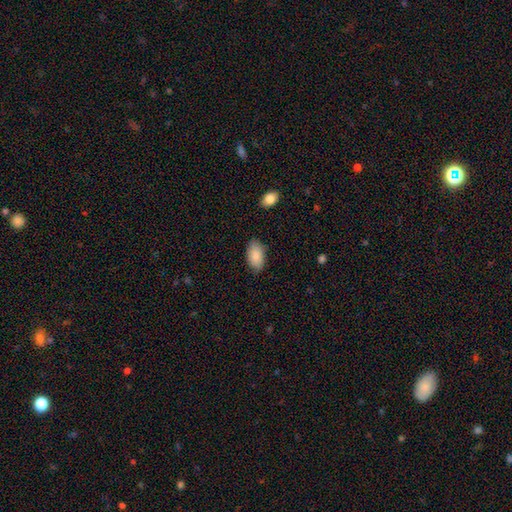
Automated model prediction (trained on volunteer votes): Smooth or featured? smooth (87%)
How rounded? in between (95%)
Merging? none (83%)